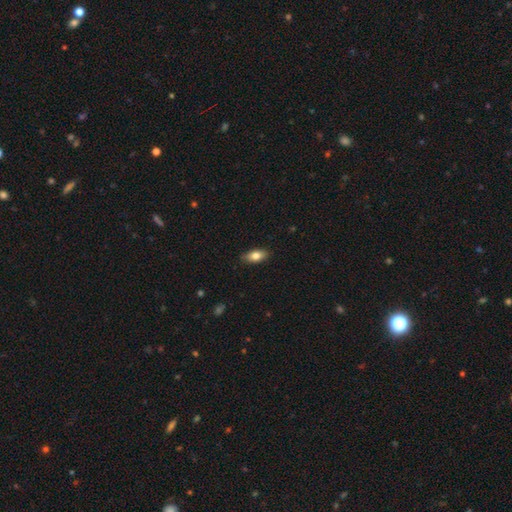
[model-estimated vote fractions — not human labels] A smooth galaxy with no disk features (80%) that is in between round and cigar-shaped (87%).

Vote fractions:
- Smooth or featured? smooth: 80% / featured or disk: 13% / star or artifact: 7%
- How rounded? in between: 87% / cigar-shaped: 10% / round: 4%
- Merging? none: 87% / minor disturbance: 10% / major disturbance: 2% / merger: 1%